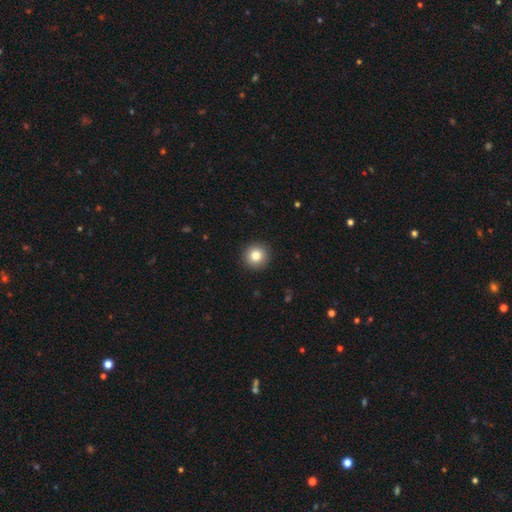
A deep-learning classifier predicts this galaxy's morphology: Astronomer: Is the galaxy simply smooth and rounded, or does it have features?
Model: smooth — 83%.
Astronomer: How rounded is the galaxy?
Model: round — 95%.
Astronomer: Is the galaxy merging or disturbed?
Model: none — 93%.